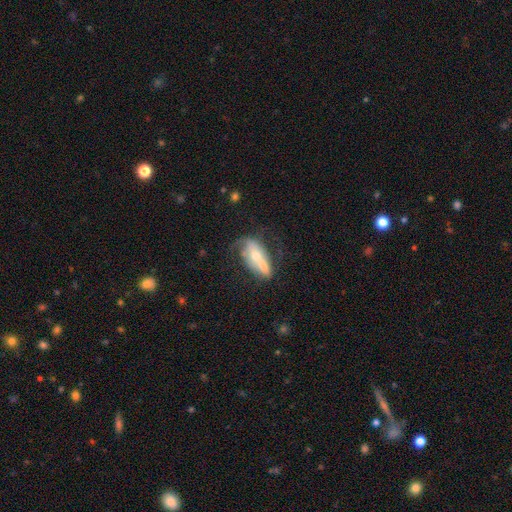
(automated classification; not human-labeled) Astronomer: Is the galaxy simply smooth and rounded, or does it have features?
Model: featured or disk — 54% (runner-up: smooth, 39%).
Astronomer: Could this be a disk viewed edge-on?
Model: no — 76%.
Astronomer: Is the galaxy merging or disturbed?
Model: none — 38% (runner-up: minor disturbance, 25%).